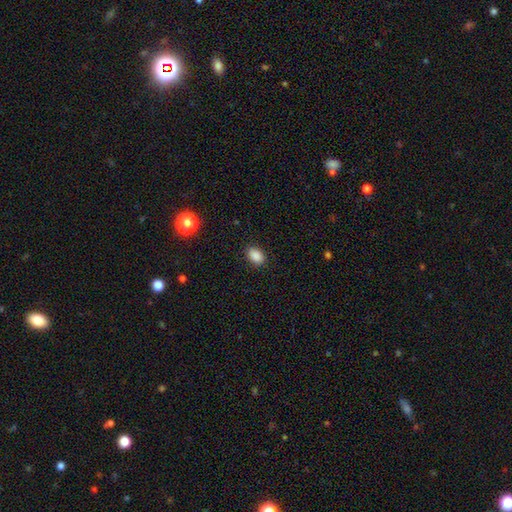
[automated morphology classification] This appears to be a smooth galaxy with no disk features (88%) that is in between round and cigar-shaped (79%). Merging: none (88%).